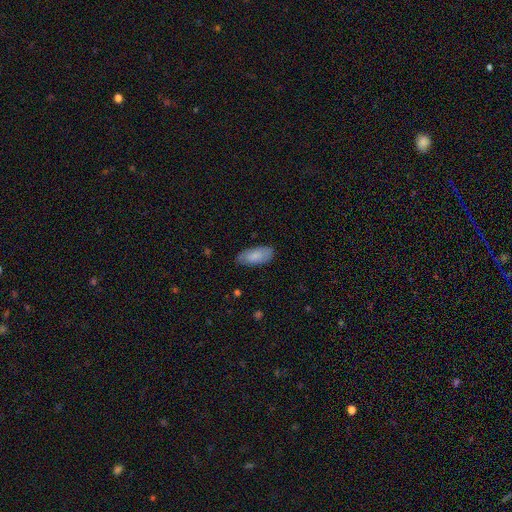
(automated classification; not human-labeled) Smooth or featured?
  - smooth: 80% *
  - featured or disk: 15%
  - star or artifact: 6%
How rounded?
  - in between: 90% *
  - cigar-shaped: 9%
  - round: 2%
Merging?
  - none: 80% *
  - minor disturbance: 16%
  - major disturbance: 3%
  - merger: 1%